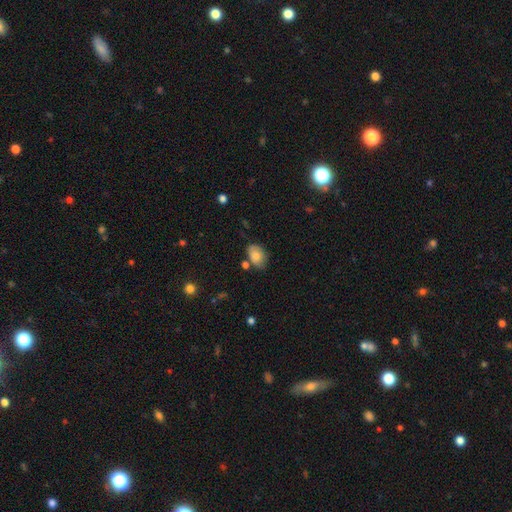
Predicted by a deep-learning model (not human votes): The model was most divided on "merging": none: 66%, minor disturbance: 21%, merger: 8%, major disturbance: 5%. More confident: how rounded — in between (85%); smooth or featured — smooth (83%).